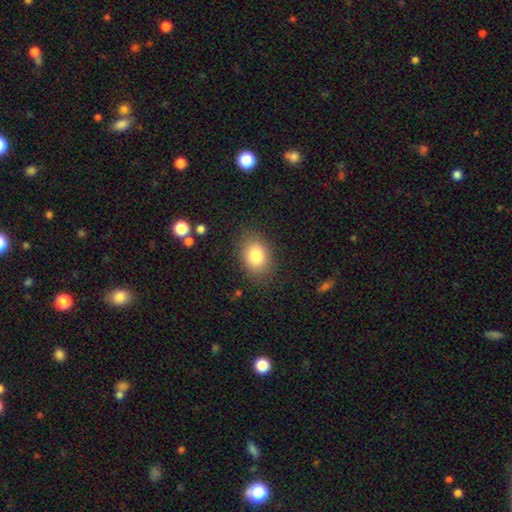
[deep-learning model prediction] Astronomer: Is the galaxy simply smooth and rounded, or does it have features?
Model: smooth — 83%.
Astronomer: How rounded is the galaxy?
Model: in between — 71%.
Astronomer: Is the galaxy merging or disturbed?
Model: none — 82%.